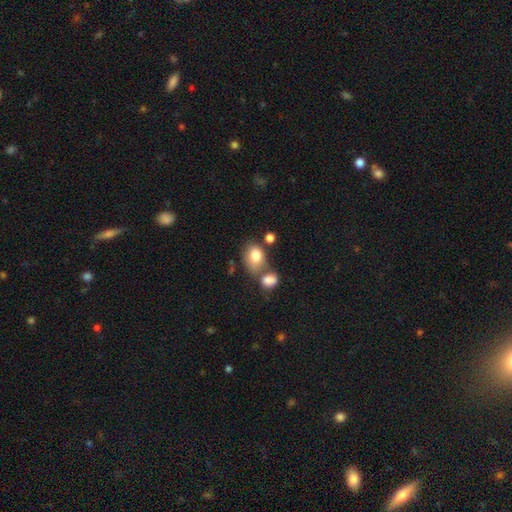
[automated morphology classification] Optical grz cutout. It shows a smooth galaxy with no disk features (81%) that is in between round and cigar-shaped (73%). Merging: none (43%).